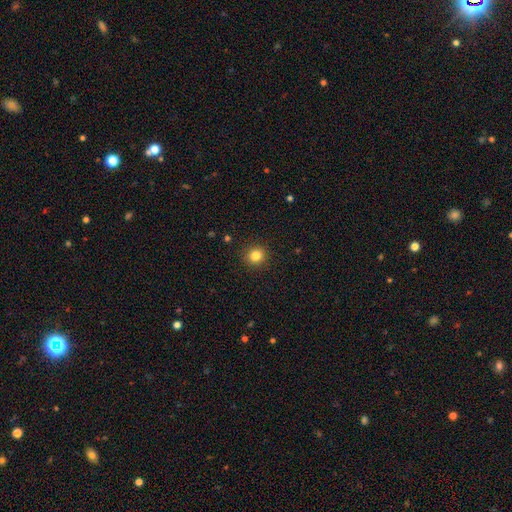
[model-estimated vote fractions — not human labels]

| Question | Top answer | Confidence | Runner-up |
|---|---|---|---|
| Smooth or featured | smooth | 83% | star or artifact (12%) |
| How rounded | round | 90% | in between (9%) |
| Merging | none | 91% | minor disturbance (6%) |